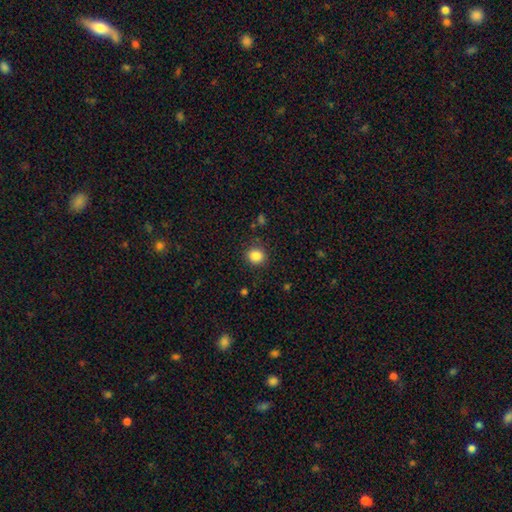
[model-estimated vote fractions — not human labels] Overall: smooth (86%). How rounded: round (82%). Merging: none (87%).